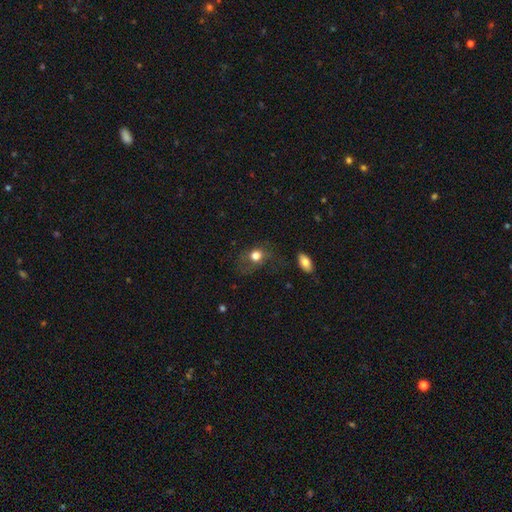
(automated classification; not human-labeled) The model was most divided on "how rounded": round: 57%, in between: 41%, cigar-shaped: 2%. Remaining: smooth or featured — smooth (73%); merging — none (49%).